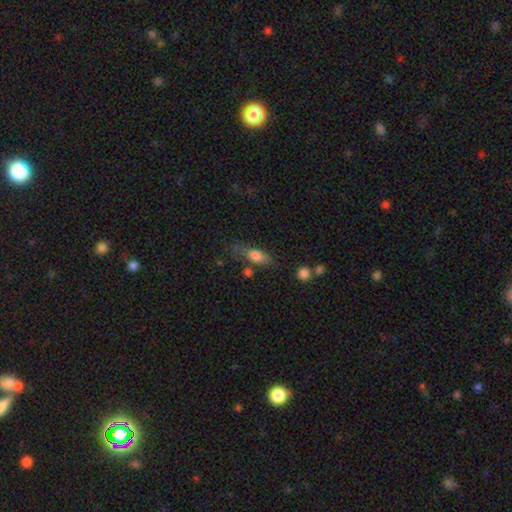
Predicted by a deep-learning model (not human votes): smooth-or-featured: smooth: 72% | featured or disk: 20% | star or artifact: 8%
  how-rounded: in between: 69% | cigar-shaped: 25% | round: 6%
  merging: none: 57% | minor disturbance: 25% | major disturbance: 11% | merger: 7%